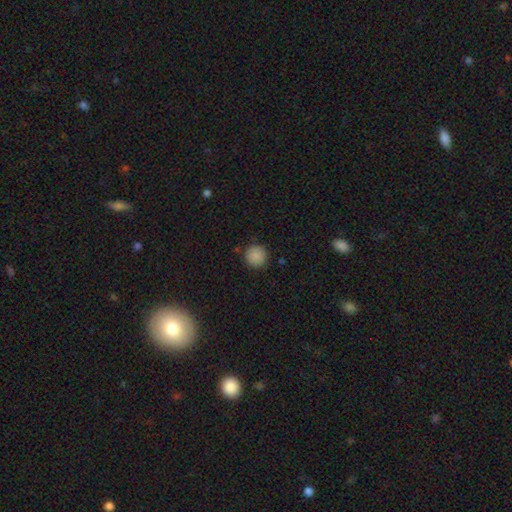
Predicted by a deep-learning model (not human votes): Morphology: type=smooth (88%); roundness=round (94%); merging=none (88%).